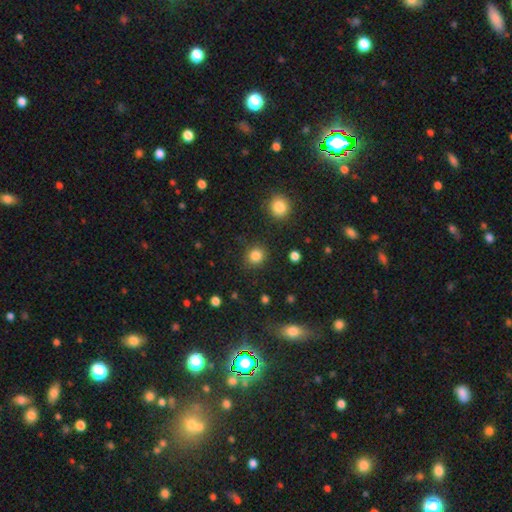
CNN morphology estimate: type=smooth (84%); roundness=round (84%); merging=none (87%).